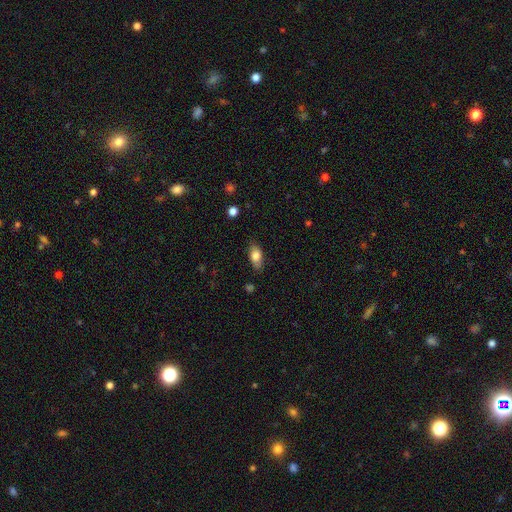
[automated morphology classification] This is likely a smooth galaxy (78%). How rounded: clearly in between (87%). Merging: likely none (78%).